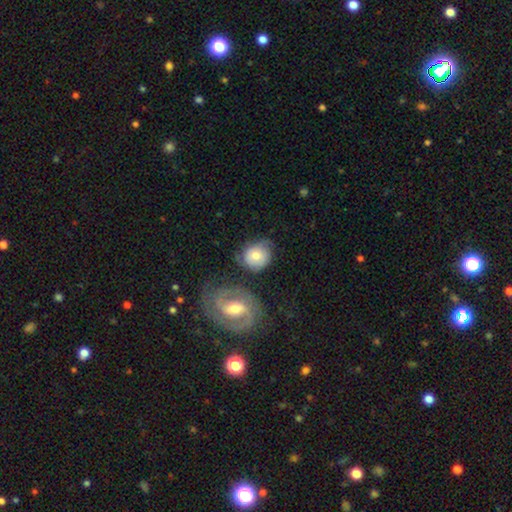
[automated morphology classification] The model was most divided on "smooth or featured": smooth: 56%, featured or disk: 37%, star or artifact: 7%. More confident: how rounded — round (76%); merging — none (56%).